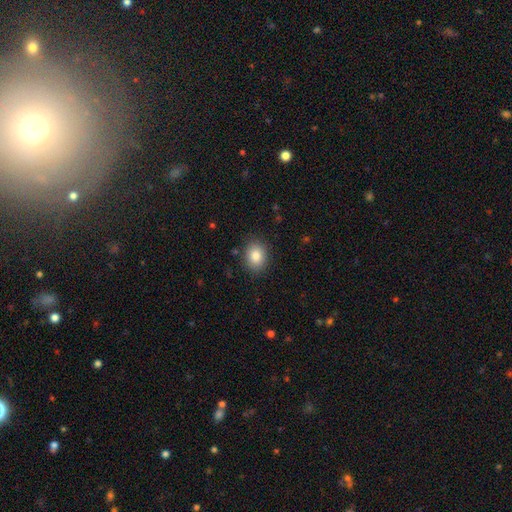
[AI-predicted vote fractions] Smooth or featured?
  - smooth: 85% *
  - star or artifact: 8%
  - featured or disk: 7%
How rounded?
  - in between: 51% *
  - round: 48%
  - cigar-shaped: 1%
Merging?
  - none: 87% *
  - minor disturbance: 10%
  - major disturbance: 3%
  - merger: 1%